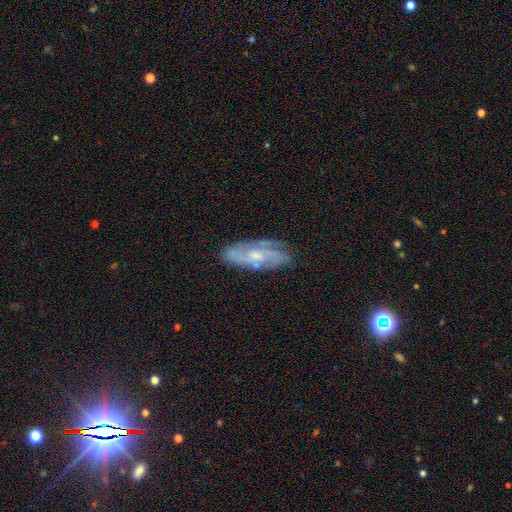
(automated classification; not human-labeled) Overall: featured or disk (72%). Edge-on disk: no (87%). Bar: no (59%; weak 34%). Spiral arms: yes (89%). Spiral arm count: can't tell (35%; 2 31%). Spiral winding: medium (42%; tight 41%). Bulge size: small (50%; moderate 40%). Merging: none (74%).